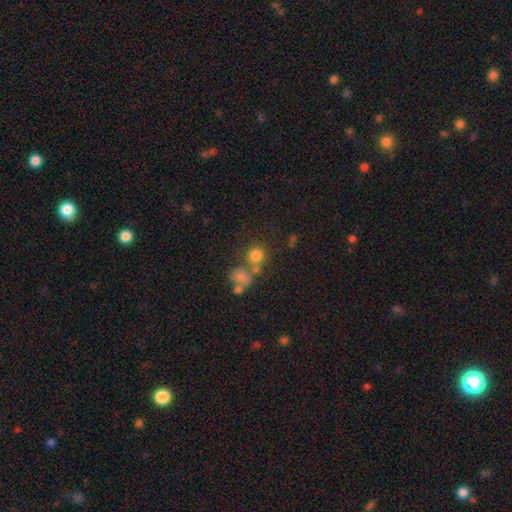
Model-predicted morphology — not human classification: A smooth galaxy with no disk features (76%) that is round (82%).

Vote fractions:
- Smooth or featured? smooth: 76% / star or artifact: 14% / featured or disk: 11%
- How rounded? round: 82% / in between: 17% / cigar-shaped: 1%
- Merging? none: 53% / merger: 30% / minor disturbance: 11% / major disturbance: 6%